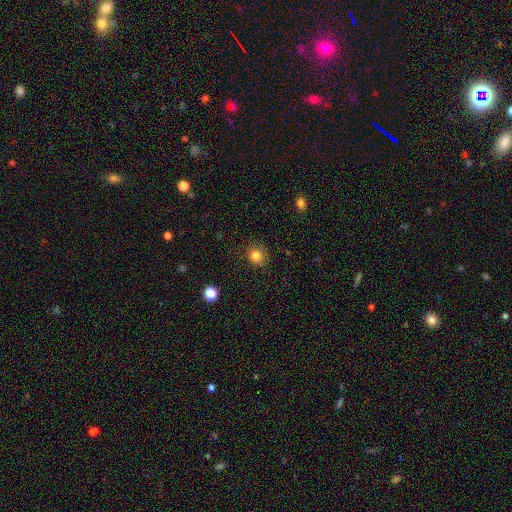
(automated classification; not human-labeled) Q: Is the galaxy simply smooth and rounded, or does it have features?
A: smooth — 83%.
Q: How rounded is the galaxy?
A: round — 83%.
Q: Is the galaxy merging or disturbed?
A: none — 85%.